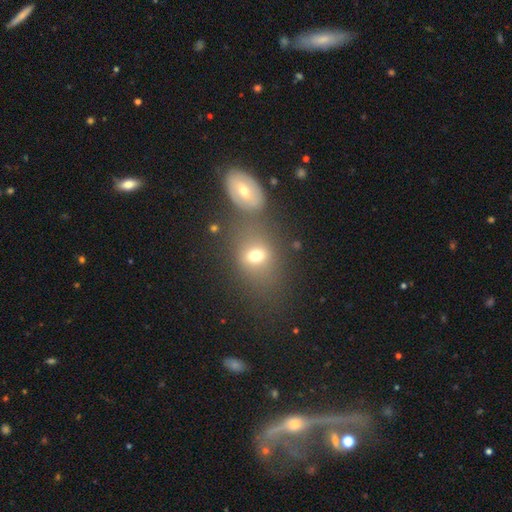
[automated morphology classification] Smooth or featured: smooth — 67% (featured or disk — 18%)
How rounded: in between — 58% (round — 40%)
Merging: none — 51% (merger — 28%)